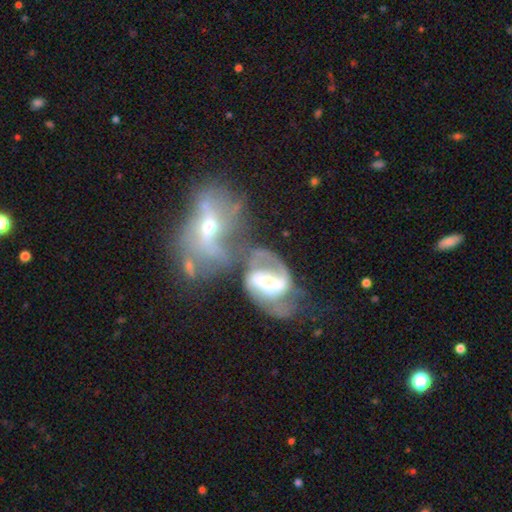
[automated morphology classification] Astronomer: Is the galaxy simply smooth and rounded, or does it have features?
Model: featured or disk — 74%.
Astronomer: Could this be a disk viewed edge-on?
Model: no — 93%.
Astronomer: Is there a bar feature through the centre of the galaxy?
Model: no — 39% (runner-up: weak, 38%).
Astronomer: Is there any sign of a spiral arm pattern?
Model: yes — 82%.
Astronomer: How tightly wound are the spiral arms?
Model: tight — 41% (runner-up: medium, 40%).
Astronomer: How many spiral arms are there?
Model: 2 — 54%.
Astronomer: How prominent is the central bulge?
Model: moderate — 52% (runner-up: small, 36%).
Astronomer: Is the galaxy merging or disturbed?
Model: merger — 62%.